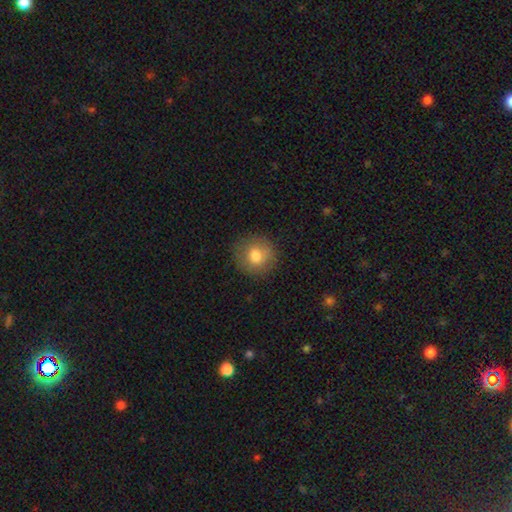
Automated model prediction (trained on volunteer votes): This appears to be a smooth galaxy with no disk features (78%) that is round (90%). Merging: none (86%).